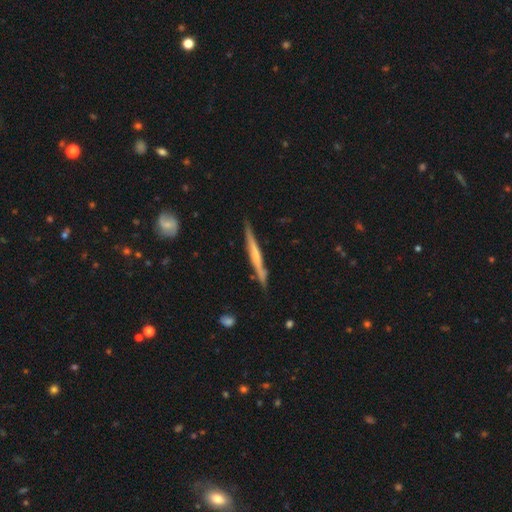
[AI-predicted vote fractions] Q: Smooth or featured?
A: featured or disk (64%); runner-up: smooth (31%)
Q: Edge-on disk?
A: yes (96%); runner-up: no (4%)
Q: Edge-on bulge?
A: none (52%); runner-up: rounded (35%)
Q: Merging?
A: none (83%); runner-up: minor disturbance (13%)